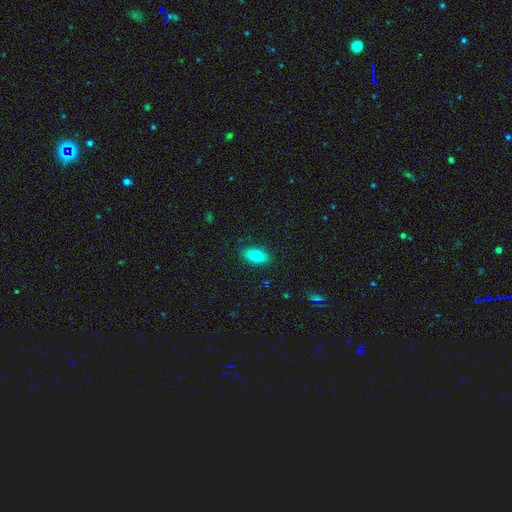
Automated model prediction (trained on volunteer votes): smooth 78%, featured or disk 14%, star or artifact 8%. Down the decision tree: how rounded — in between (87%); merging — none (87%).